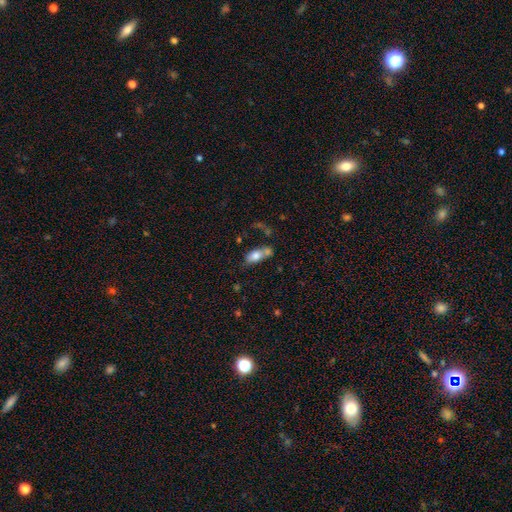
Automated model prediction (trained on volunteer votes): The model was most divided on "merging": merger: 37%, none: 36%, minor disturbance: 17%, major disturbance: 11%. More confident: how rounded — in between (85%); smooth or featured — smooth (73%).